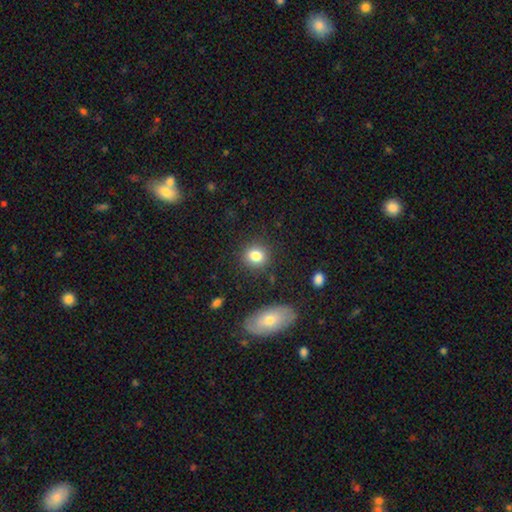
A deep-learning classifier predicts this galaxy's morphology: Smooth or featured? Predicted: smooth (p=0.83). How rounded? Predicted: round (p=0.76). Merging? Predicted: none (p=0.87).